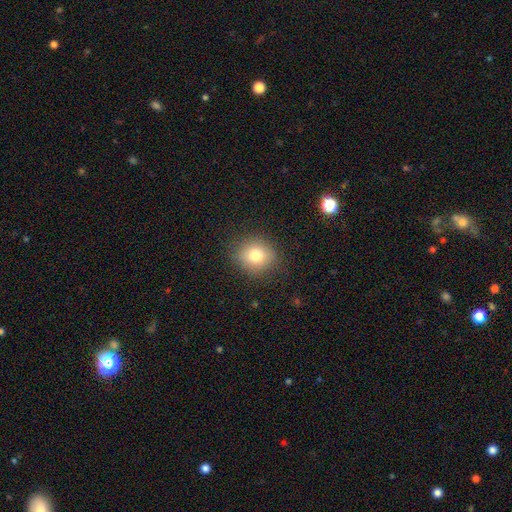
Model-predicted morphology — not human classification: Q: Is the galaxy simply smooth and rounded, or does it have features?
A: smooth — 78%.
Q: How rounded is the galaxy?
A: round — 81%.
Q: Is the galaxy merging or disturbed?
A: none — 86%.